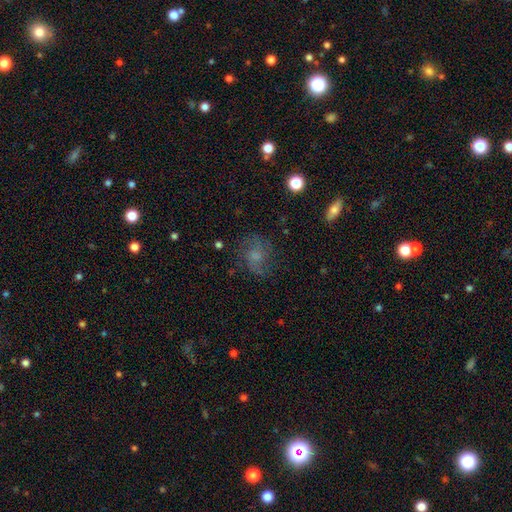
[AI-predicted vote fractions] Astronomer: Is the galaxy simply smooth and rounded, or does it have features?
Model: featured or disk — 53% (runner-up: smooth, 33%).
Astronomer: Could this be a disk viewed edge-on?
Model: no — 97%.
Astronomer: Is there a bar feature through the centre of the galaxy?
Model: no — 68%.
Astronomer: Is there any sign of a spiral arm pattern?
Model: yes — 84%.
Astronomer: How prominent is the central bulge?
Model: small — 34% (runner-up: moderate, 33%).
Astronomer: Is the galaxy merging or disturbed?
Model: none — 68%.